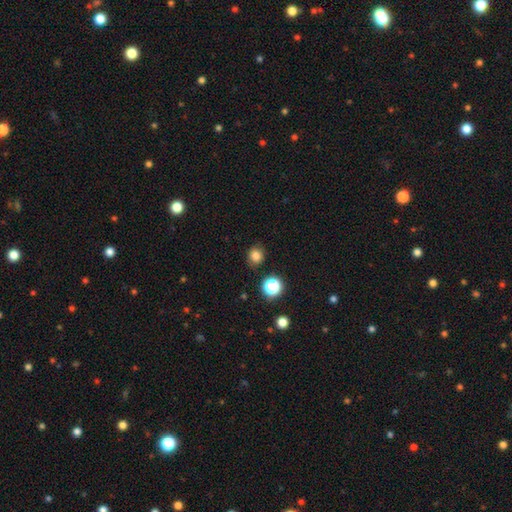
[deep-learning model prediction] smooth_or_featured: smooth (p=0.80) [alt: star or artifact p=0.15]
how_rounded: round (p=0.80) [alt: in between p=0.19]
merging: none (p=0.86) [alt: minor disturbance p=0.09]